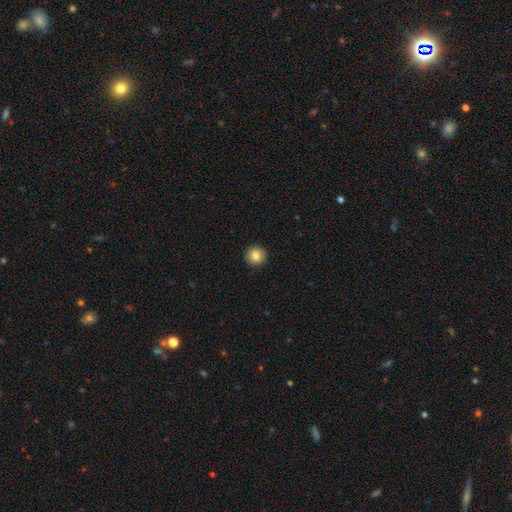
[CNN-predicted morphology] This is clearly a smooth galaxy (84%). How rounded: clearly round (94%). Merging: clearly none (93%).